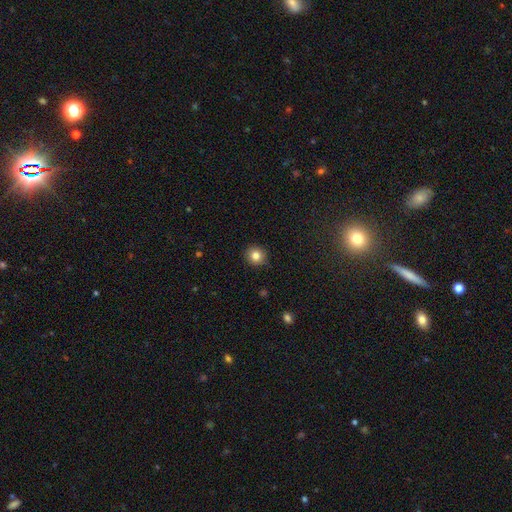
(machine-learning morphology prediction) Overall: smooth (83%). How rounded: round (91%). Merging: none (90%).